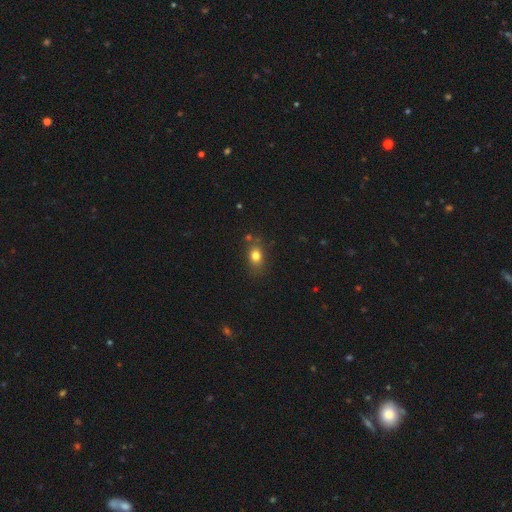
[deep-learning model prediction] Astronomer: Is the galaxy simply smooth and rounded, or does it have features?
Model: smooth — 79%.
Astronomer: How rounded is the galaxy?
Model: in between — 64%.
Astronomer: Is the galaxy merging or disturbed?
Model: none — 75%.